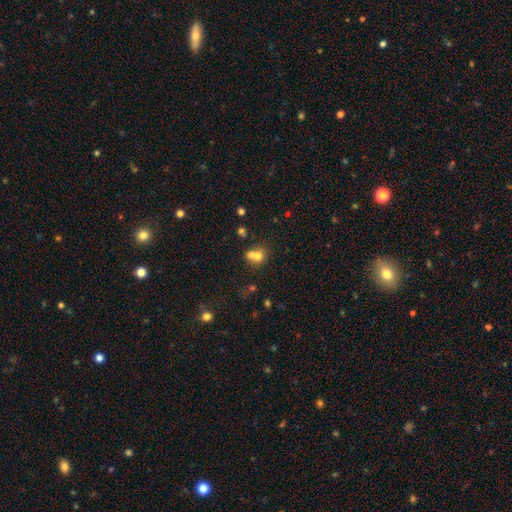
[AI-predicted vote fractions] A smooth galaxy with no disk features (68%) that is round (66%).

Vote fractions:
- Smooth or featured? smooth: 68% / featured or disk: 18% / star or artifact: 14%
- How rounded? round: 66% / in between: 33% / cigar-shaped: 1%
- Merging? merger: 60% / none: 29% / minor disturbance: 7% / major disturbance: 4%